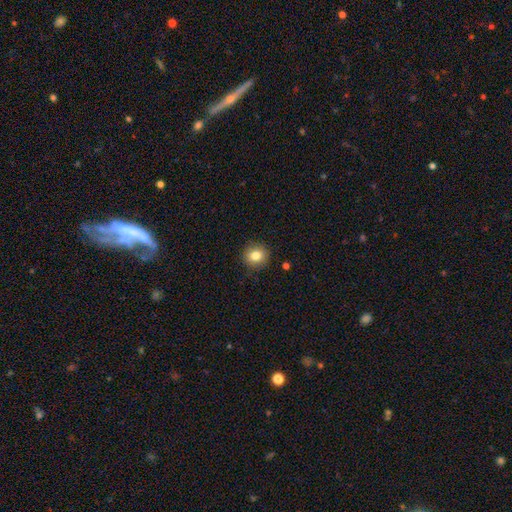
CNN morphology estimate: This is clearly a smooth galaxy (82%). How rounded: clearly round (89%). Merging: clearly none (90%).